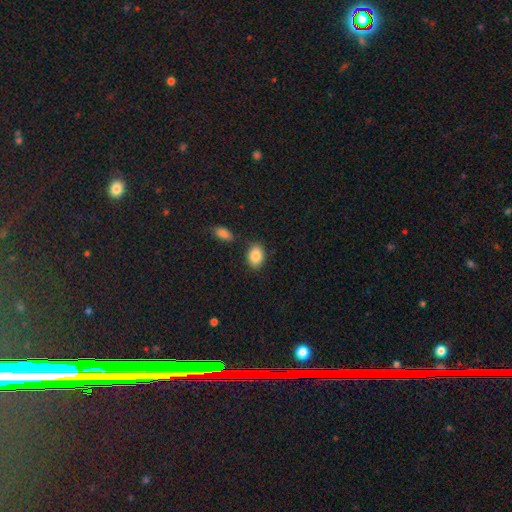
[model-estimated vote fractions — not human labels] This appears to be a smooth galaxy with no disk features (87%) that is in between round and cigar-shaped (79%). Merging: none (79%).